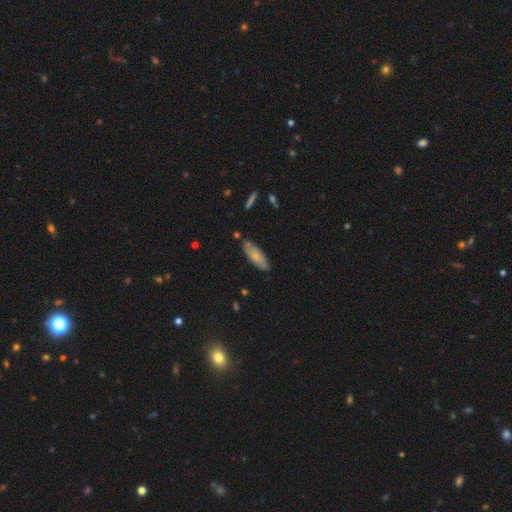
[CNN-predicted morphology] The model was most divided on "how rounded": in between: 64%, cigar-shaped: 34%, round: 2%. More confident: merging — none (77%); smooth or featured — smooth (62%).